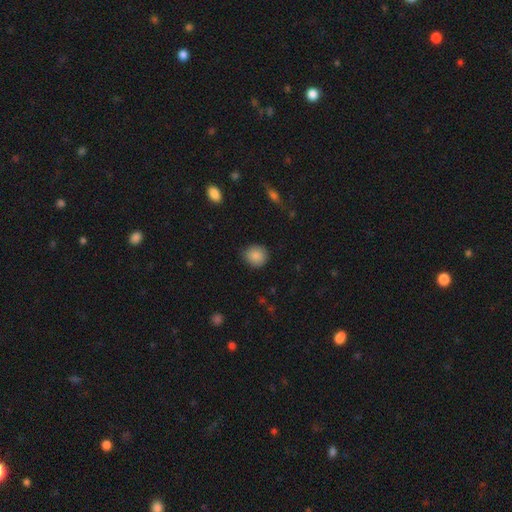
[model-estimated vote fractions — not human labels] The model was most divided on "merging": none: 82%, minor disturbance: 14%, major disturbance: 3%, merger: 1%. More confident: smooth or featured — smooth (87%); how rounded — round (86%).